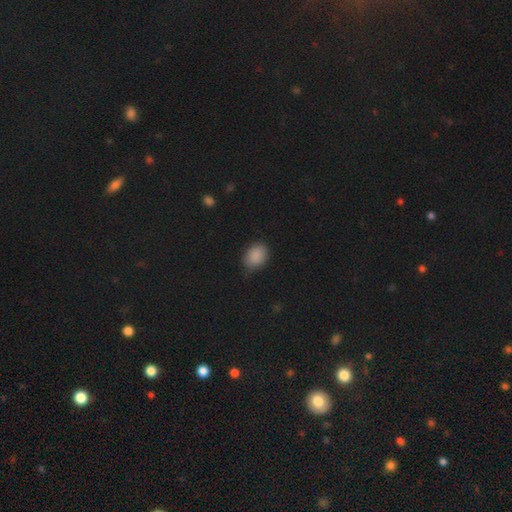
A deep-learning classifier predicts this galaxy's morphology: A smooth galaxy with no disk features (88%) that is in between round and cigar-shaped (67%).

Vote fractions:
- Smooth or featured? smooth: 88% / star or artifact: 8% / featured or disk: 4%
- How rounded? in between: 67% / round: 32% / cigar-shaped: 1%
- Merging? none: 75% / minor disturbance: 21% / major disturbance: 3% / merger: 1%